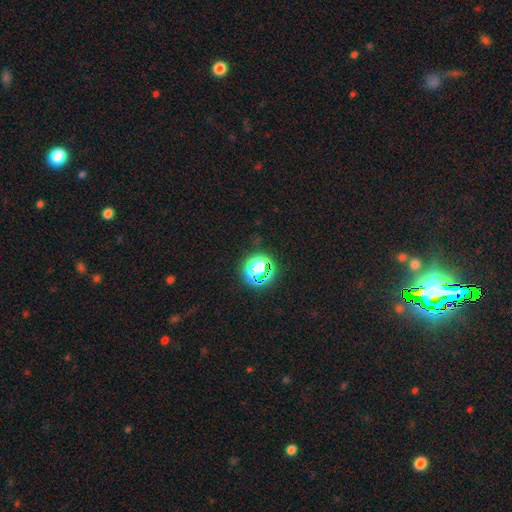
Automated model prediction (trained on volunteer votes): This appears to be a star or artifact, not a galaxy (78%).